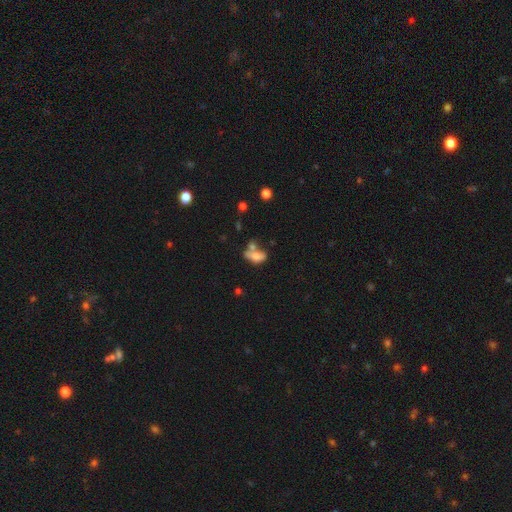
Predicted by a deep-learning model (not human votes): Q: Smooth or featured?
A: smooth (67%); runner-up: featured or disk (23%)
Q: How rounded?
A: in between (84%); runner-up: round (11%)
Q: Merging?
A: merger (44%); runner-up: none (30%)